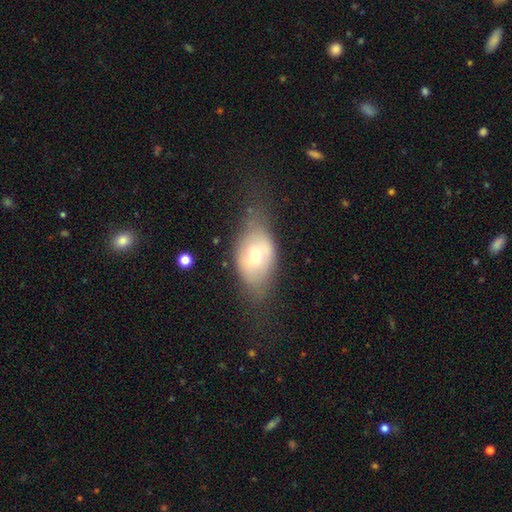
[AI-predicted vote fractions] Q: Smooth or featured?
A: smooth (56%); runner-up: featured or disk (36%)
Q: How rounded?
A: in between (82%); runner-up: round (15%)
Q: Merging?
A: none (46%); runner-up: minor disturbance (31%)